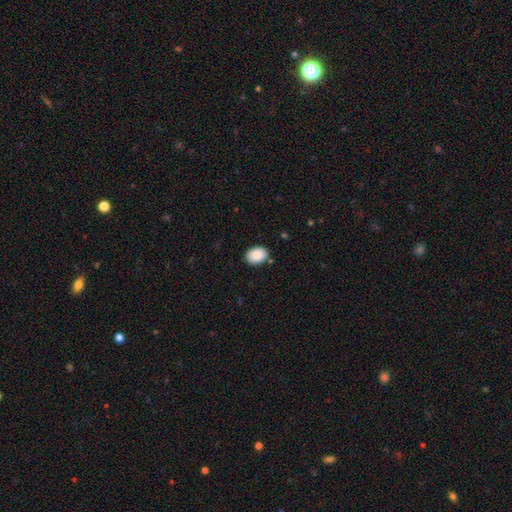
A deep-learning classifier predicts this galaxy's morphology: type=smooth (90%); roundness=in between (73%); merging=none (84%).